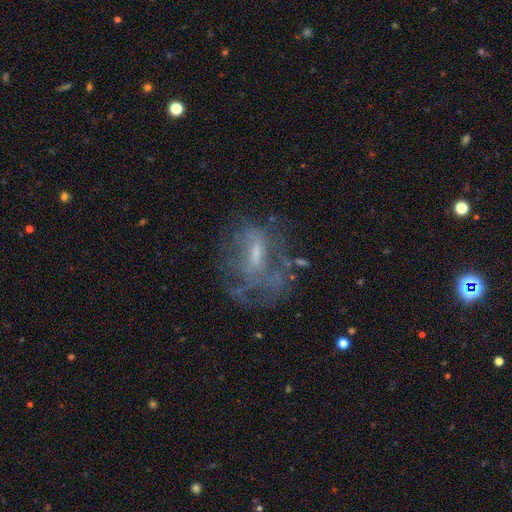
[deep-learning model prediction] The model was most divided on "bar": no: 46%, weak: 40%, strong: 13%. Remaining: edge-on disk — no (94%); spiral arms — no (66%); smooth or featured — featured or disk (62%); merging — none (46%); bulge size — small (44%).